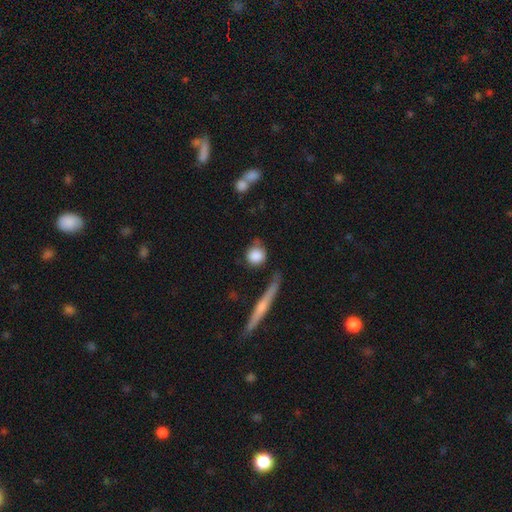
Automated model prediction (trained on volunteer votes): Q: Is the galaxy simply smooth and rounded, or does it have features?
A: smooth — 82%.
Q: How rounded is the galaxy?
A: round — 81%.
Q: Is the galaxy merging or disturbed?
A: none — 60%.